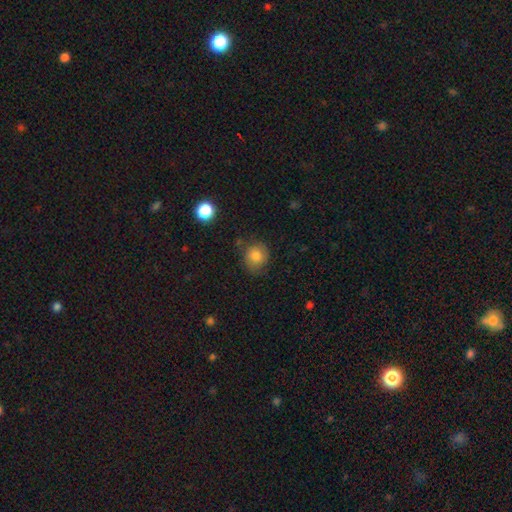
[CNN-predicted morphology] This is clearly a smooth galaxy (81%). How rounded: clearly round (81%). Merging: likely none (72%).